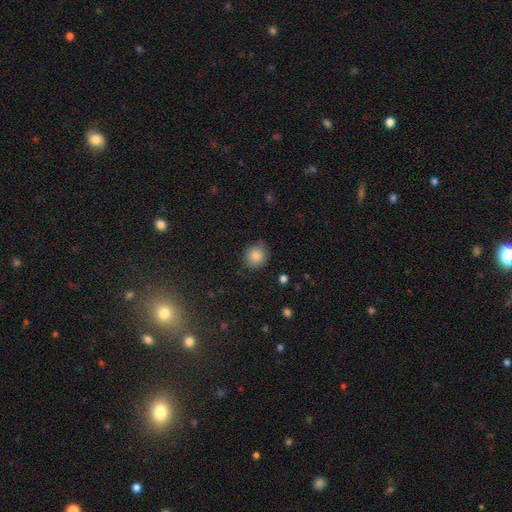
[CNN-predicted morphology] A smooth galaxy with no disk features (84%) that is round (83%). Merging: none (80%).